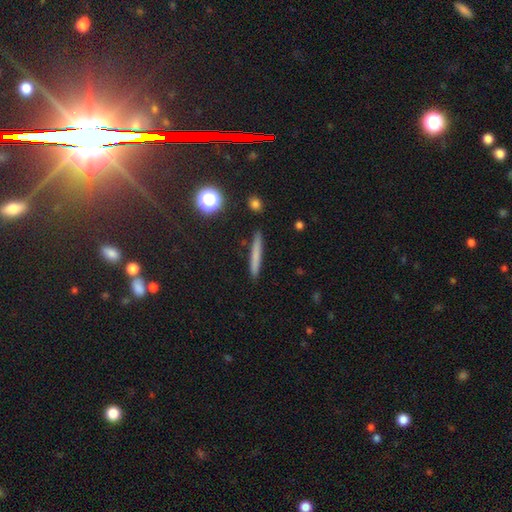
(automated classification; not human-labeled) A smooth galaxy with no disk features (69%) that is cigar-shaped (94%).

Vote fractions:
- Smooth or featured? smooth: 69% / featured or disk: 21% / star or artifact: 10%
- How rounded? cigar-shaped: 94% / in between: 3% / round: 2%
- Merging? none: 90% / minor disturbance: 7% / major disturbance: 2% / merger: 1%